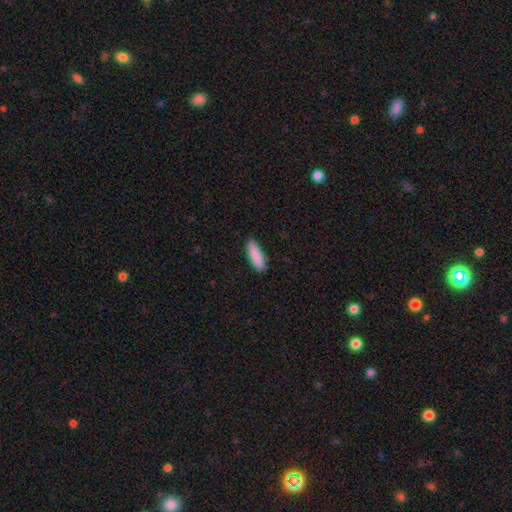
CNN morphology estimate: Q: Smooth or featured?
A: smooth (90%); runner-up: star or artifact (6%)
Q: How rounded?
A: in between (55%); runner-up: cigar-shaped (43%)
Q: Merging?
A: none (88%); runner-up: minor disturbance (9%)